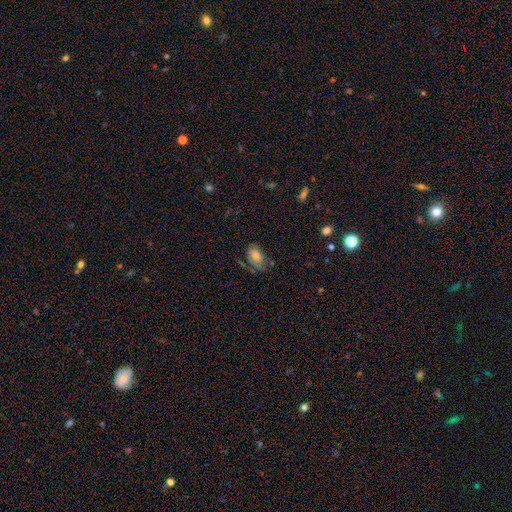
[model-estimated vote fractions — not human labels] Smooth or featured?
  - smooth: 67% *
  - featured or disk: 21%
  - star or artifact: 12%
How rounded?
  - in between: 87% *
  - round: 11%
  - cigar-shaped: 2%
Merging?
  - none: 58% *
  - minor disturbance: 26%
  - major disturbance: 12%
  - merger: 4%